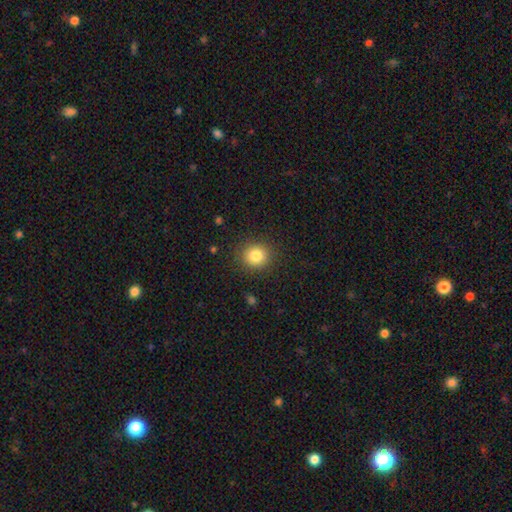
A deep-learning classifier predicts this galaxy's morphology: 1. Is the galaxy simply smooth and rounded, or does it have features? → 82% smooth, 11% star or artifact, 7% featured or disk.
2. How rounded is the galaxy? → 85% round, 14% in between, 1% cigar-shaped.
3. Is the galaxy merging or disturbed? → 89% none, 7% minor disturbance, 3% major disturbance, 1% merger.